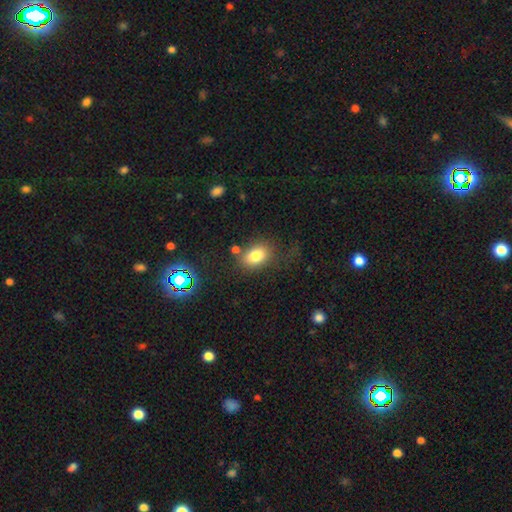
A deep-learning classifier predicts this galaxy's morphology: smooth_or_featured: smooth (p=0.80) [alt: star or artifact p=0.11]
how_rounded: in between (p=0.77) [alt: round p=0.21]
merging: none (p=0.68) [alt: minor disturbance p=0.17]